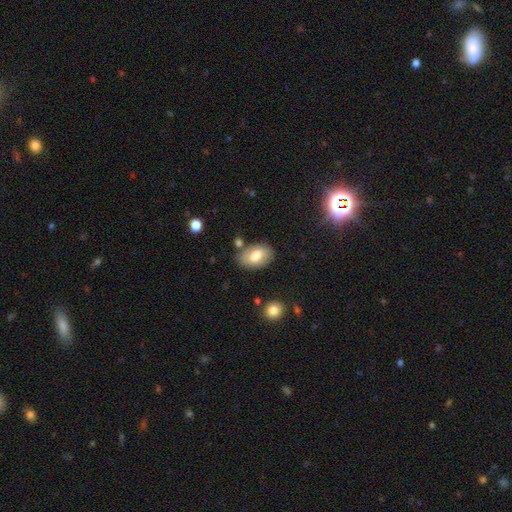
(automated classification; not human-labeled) smooth-or-featured: smooth: 69% | featured or disk: 23% | star or artifact: 7%
  how-rounded: in between: 88% | round: 11% | cigar-shaped: 1%
  merging: none: 73% | minor disturbance: 17% | merger: 5% | major disturbance: 5%